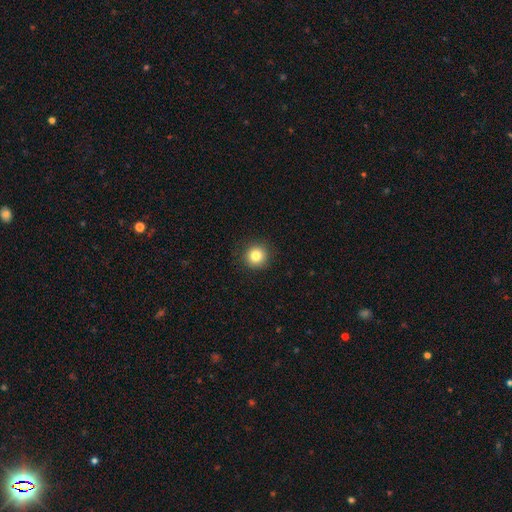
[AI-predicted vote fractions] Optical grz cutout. It shows a smooth galaxy with no disk features (83%) that is round (94%). Merging: none (91%).